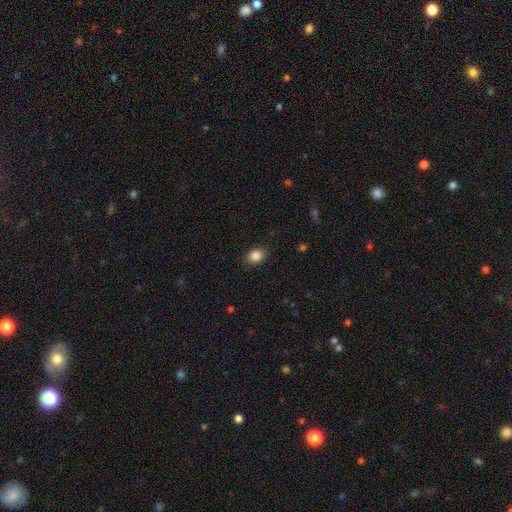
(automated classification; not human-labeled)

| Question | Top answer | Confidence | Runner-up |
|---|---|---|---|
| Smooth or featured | smooth | 85% | star or artifact (9%) |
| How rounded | in between | 61% | round (38%) |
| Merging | none | 86% | minor disturbance (10%) |